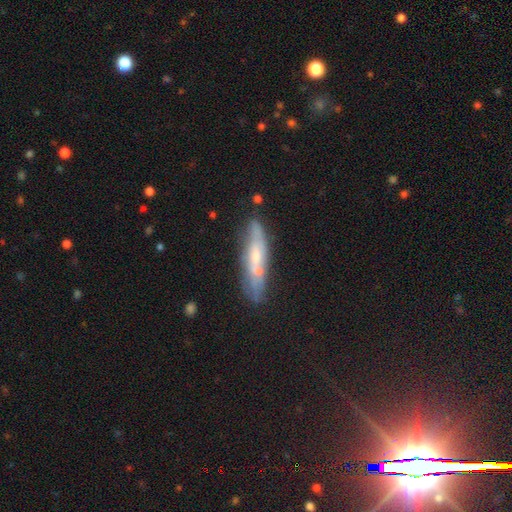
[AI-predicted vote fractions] Smooth or featured: featured or disk — 56% (smooth — 37%)
Edge-on disk: no — 55% (yes — 45%)
Merging: none — 64% (minor disturbance — 20%)